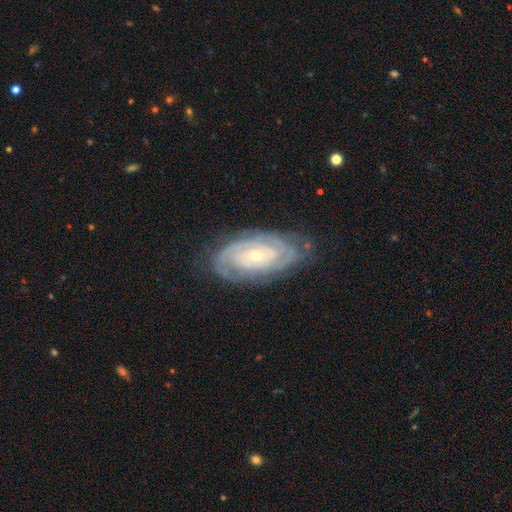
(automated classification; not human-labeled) Q: Smooth or featured?
A: featured or disk (86%); runner-up: smooth (9%)
Q: Edge-on disk?
A: no (95%); runner-up: yes (5%)
Q: Bar?
A: no (72%); runner-up: weak (21%)
Q: Spiral arms?
A: yes (95%); runner-up: no (5%)
Q: Spiral winding?
A: tight (80%); runner-up: medium (16%)
Q: Spiral arm count?
A: can't tell (34%); runner-up: 2 (33%)
Q: Bulge size?
A: small (71%); runner-up: moderate (26%)
Q: Merging?
A: none (76%); runner-up: minor disturbance (17%)